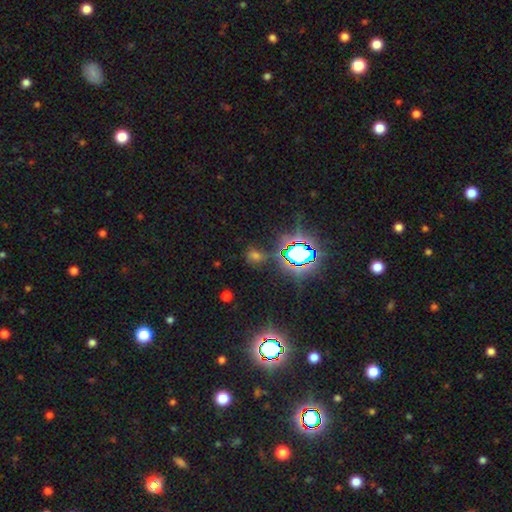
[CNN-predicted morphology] Smooth or featured: star or artifact — 56% (smooth — 35%)